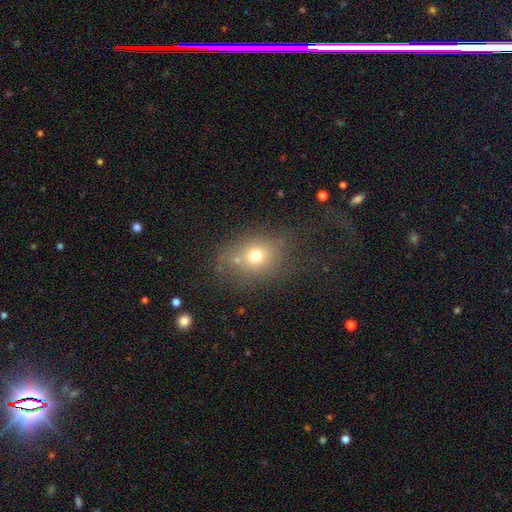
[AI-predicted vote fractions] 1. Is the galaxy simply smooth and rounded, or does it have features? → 69% smooth, 17% star or artifact, 14% featured or disk.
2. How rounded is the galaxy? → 55% round, 43% in between, 1% cigar-shaped.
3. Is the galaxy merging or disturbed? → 66% none, 17% minor disturbance, 10% major disturbance, 7% merger.